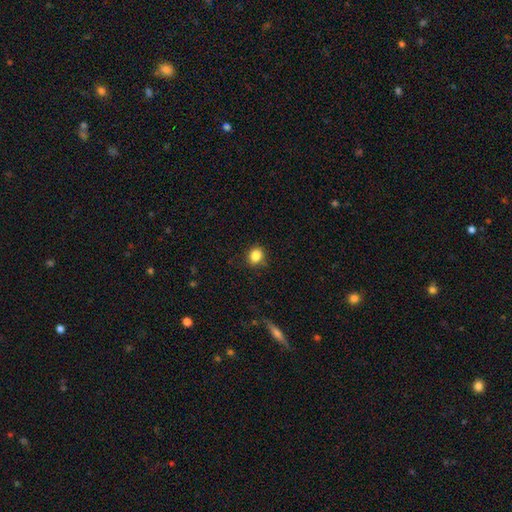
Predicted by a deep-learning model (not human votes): Overall: smooth (85%). How rounded: round (68%; in between 31%). Merging: none (85%).